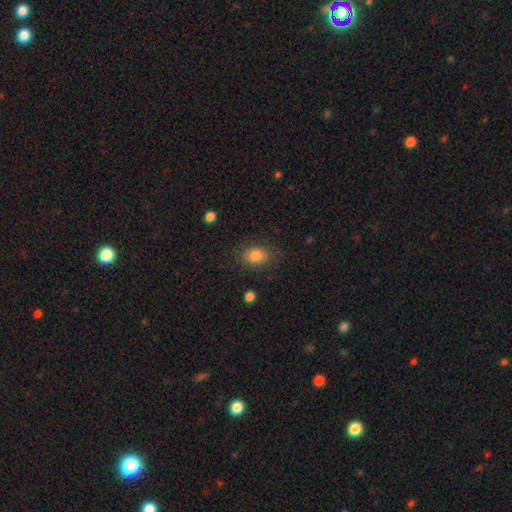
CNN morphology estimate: smooth 83%, star or artifact 9%, featured or disk 8%. Down the decision tree: how rounded — in between (67%); merging — none (79%).